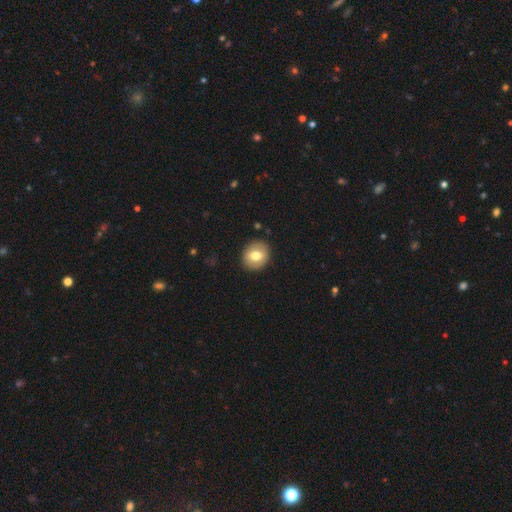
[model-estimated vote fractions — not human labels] Morphology: type=smooth (70%); roundness=round (75%); merging=none (89%).